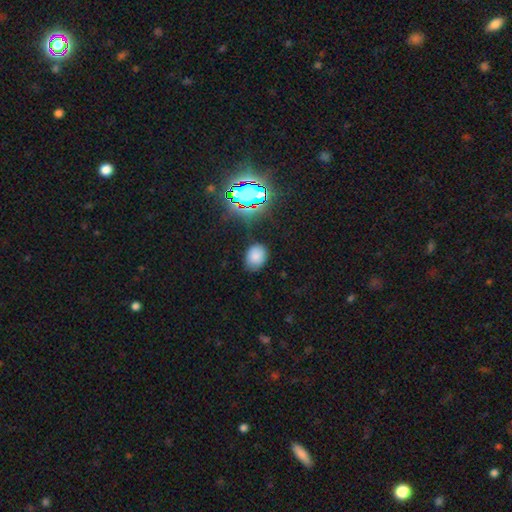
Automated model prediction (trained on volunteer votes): smooth 77%, star or artifact 17%, featured or disk 6%. Down the decision tree: how rounded — in between (57%); merging — none (77%).